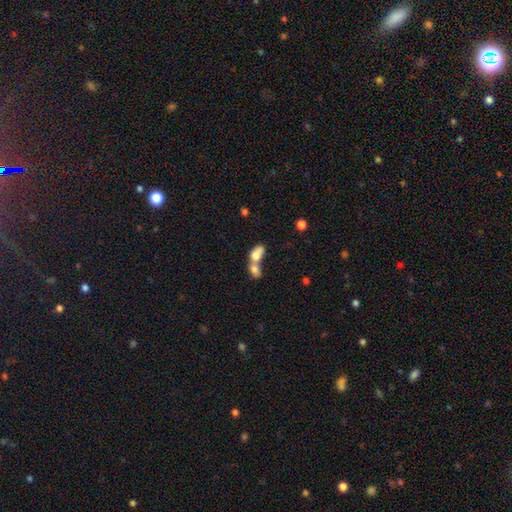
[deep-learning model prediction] smooth-or-featured: smooth: 71% | featured or disk: 20% | star or artifact: 8%
  how-rounded: in between: 77% | round: 18% | cigar-shaped: 4%
  merging: merger: 80% | none: 11% | minor disturbance: 5% | major disturbance: 4%